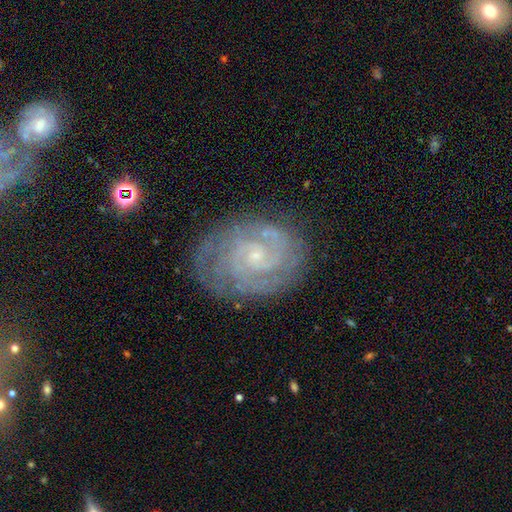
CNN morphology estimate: Overall: featured or disk (86%). Edge-on disk: no (98%). Bar: no (67%). Spiral arms: yes (97%). Spiral arm count: 2 (38%; can't tell 22%). Spiral winding: tight (75%). Bulge size: small (81%). Merging: none (78%).